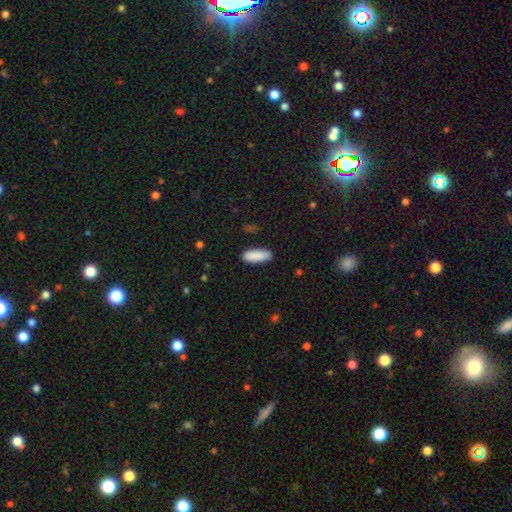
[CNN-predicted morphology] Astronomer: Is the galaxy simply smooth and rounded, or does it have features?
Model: smooth — 90%.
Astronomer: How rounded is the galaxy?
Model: in between — 62%.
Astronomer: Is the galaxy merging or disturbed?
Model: none — 89%.